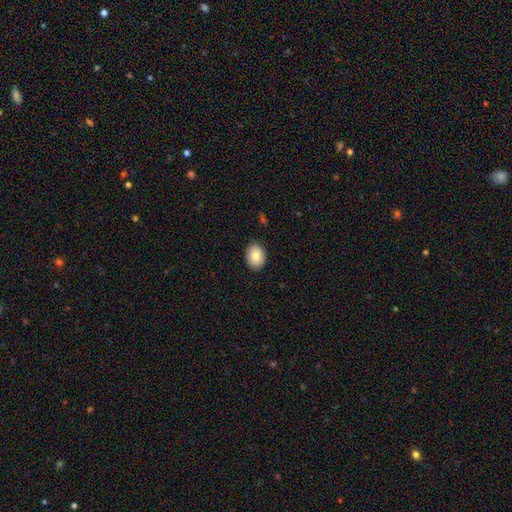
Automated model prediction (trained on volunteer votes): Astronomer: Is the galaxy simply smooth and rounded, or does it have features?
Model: smooth — 83%.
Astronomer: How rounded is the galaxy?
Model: in between — 69%.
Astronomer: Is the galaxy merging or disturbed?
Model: none — 89%.